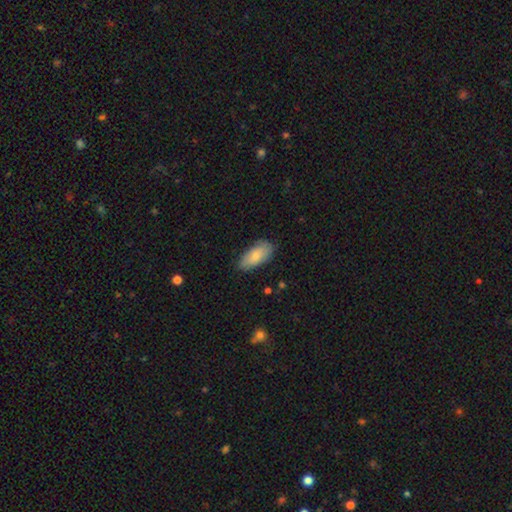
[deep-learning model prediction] This is clearly a smooth galaxy (81%). How rounded: clearly in between (90%). Merging: likely none (76%).